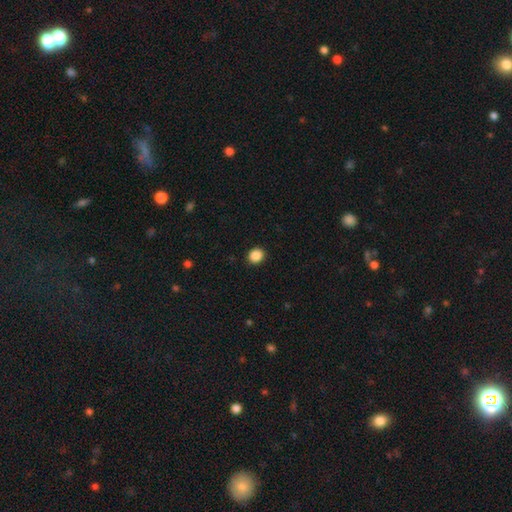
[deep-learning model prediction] smooth 88%, star or artifact 10%, featured or disk 3%. Down the decision tree: how rounded — round (81%); merging — none (92%).